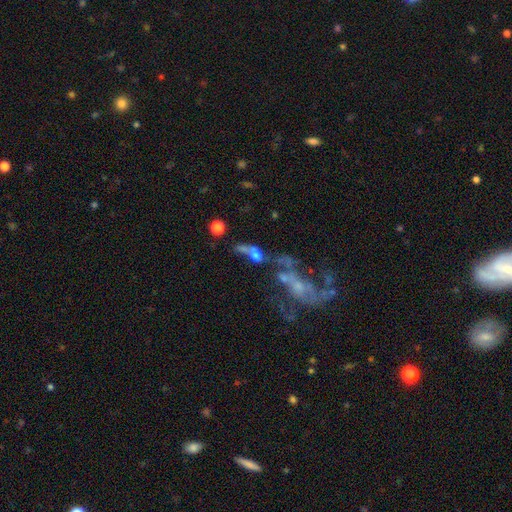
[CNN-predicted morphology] Smooth or featured?
  - smooth: 45% *
  - featured or disk: 38%
  - star or artifact: 17%
Merging?
  - merger: 45% *
  - major disturbance: 26%
  - none: 17%
  - minor disturbance: 11%